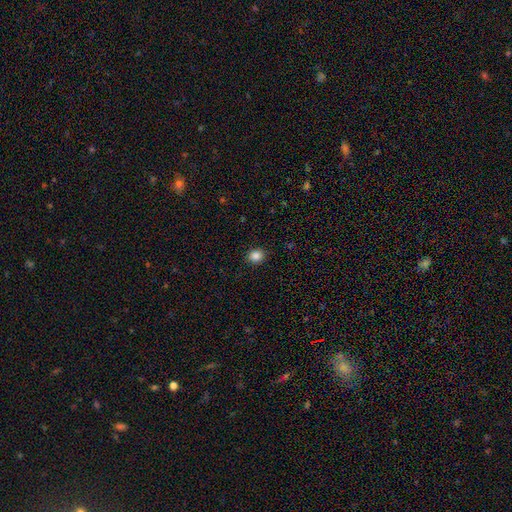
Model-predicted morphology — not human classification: The model was most divided on "how rounded": round: 66%, in between: 33%, cigar-shaped: 1%. More confident: merging — none (90%); smooth or featured — smooth (86%).